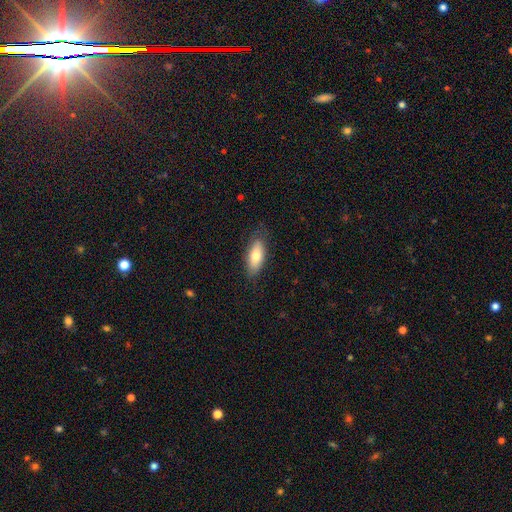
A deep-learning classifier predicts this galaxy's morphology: type=smooth (76%); roundness=in between (77%); merging=none (81%).